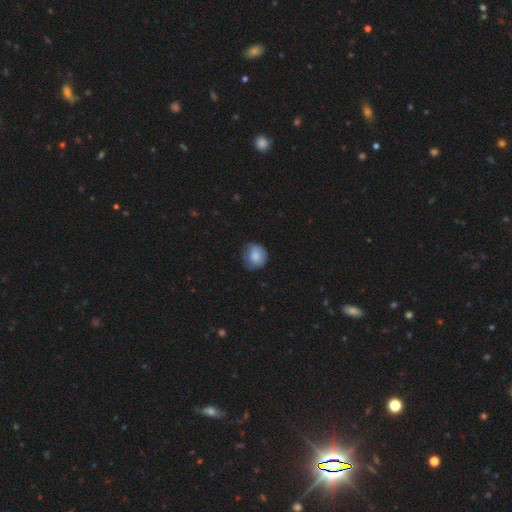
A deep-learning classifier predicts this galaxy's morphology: smooth 81%, featured or disk 11%, star or artifact 8%. Down the decision tree: how rounded — round (82%); merging — none (61%).